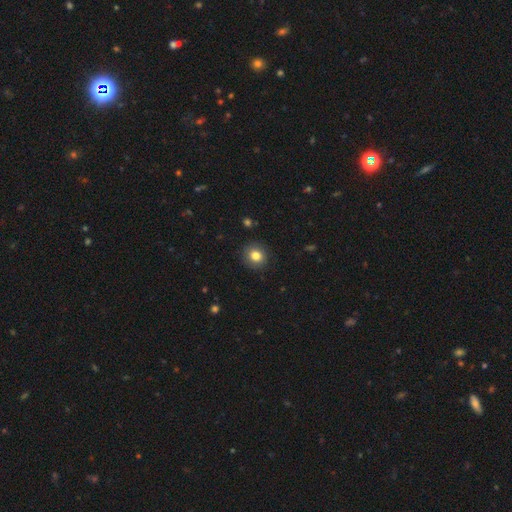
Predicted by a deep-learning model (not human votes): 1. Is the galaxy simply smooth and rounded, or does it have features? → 82% smooth, 11% star or artifact, 8% featured or disk.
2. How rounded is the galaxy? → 86% round, 13% in between, 1% cigar-shaped.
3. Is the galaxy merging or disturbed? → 90% none, 7% minor disturbance, 2% major disturbance, 1% merger.